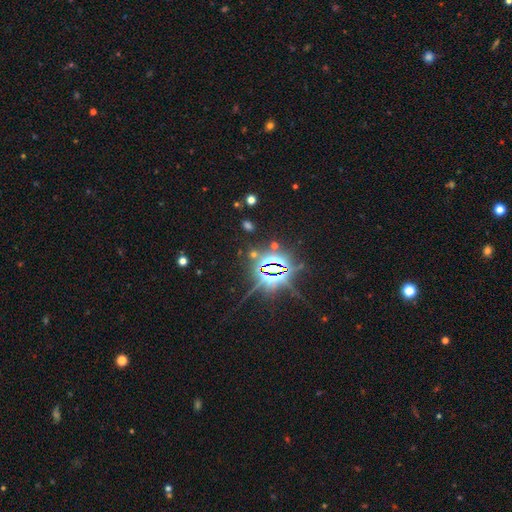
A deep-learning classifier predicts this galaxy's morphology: This is clearly a star or artifact rather than a galaxy (85%).